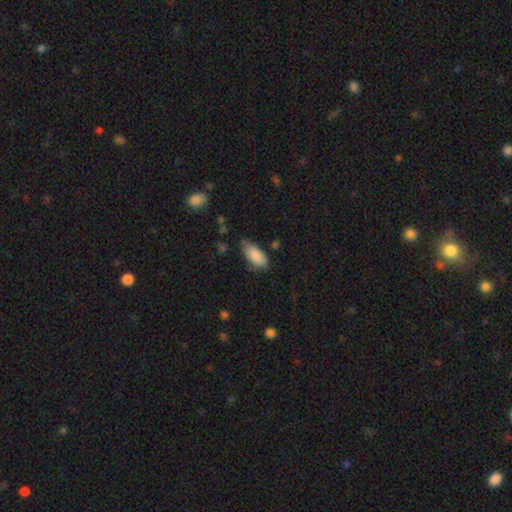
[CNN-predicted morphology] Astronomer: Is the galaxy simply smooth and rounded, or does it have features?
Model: smooth — 87%.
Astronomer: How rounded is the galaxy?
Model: in between — 89%.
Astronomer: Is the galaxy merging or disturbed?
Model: none — 65%.